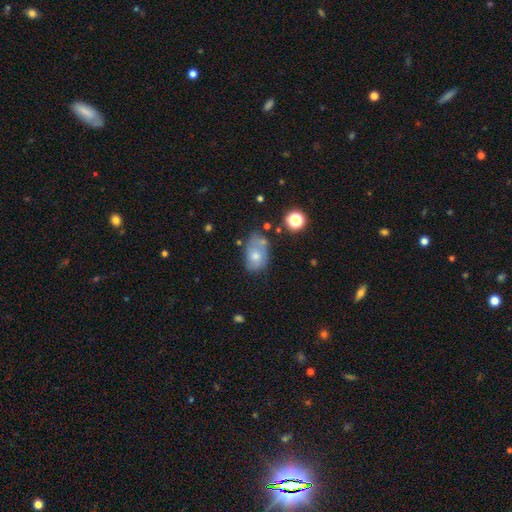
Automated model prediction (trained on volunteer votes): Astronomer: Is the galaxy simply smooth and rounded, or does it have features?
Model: smooth — 61%.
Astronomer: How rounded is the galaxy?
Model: in between — 84%.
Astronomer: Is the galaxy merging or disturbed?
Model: none — 44% (runner-up: minor disturbance, 30%).